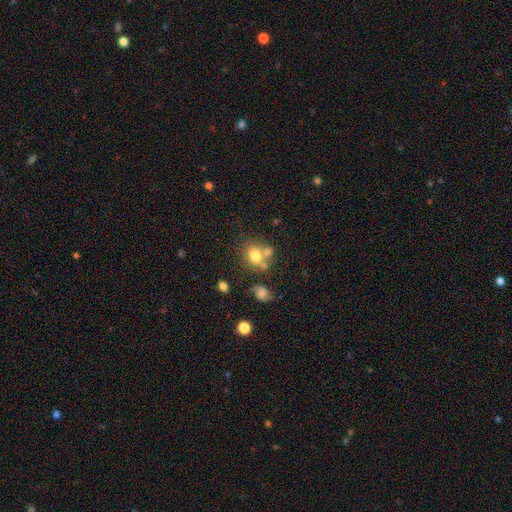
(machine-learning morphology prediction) Smooth or featured?
  - smooth: 72% *
  - featured or disk: 16%
  - star or artifact: 12%
How rounded?
  - in between: 53% *
  - round: 46%
  - cigar-shaped: 1%
Merging?
  - none: 44% *
  - merger: 34%
  - minor disturbance: 15%
  - major disturbance: 7%